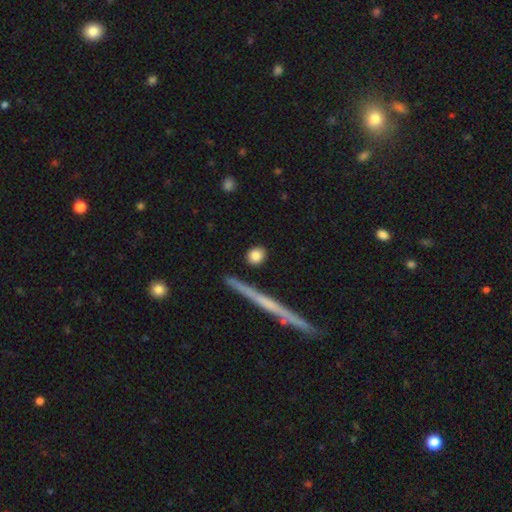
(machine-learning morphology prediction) The model was most divided on "how rounded": round: 63%, in between: 28%, cigar-shaped: 9%. More confident: merging — none (87%); smooth or featured — smooth (84%).